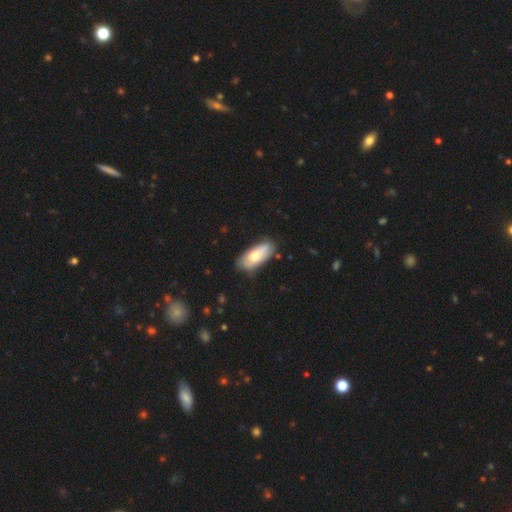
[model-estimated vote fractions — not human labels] A smooth galaxy with no disk features (69%) that is in between round and cigar-shaped (82%). Merging: none (72%).